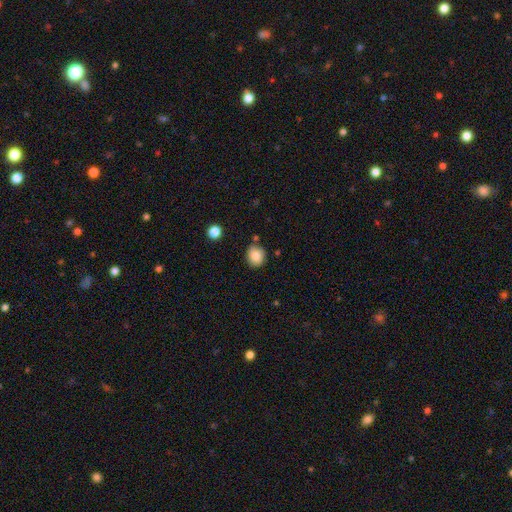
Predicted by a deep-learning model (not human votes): Morphology: type=smooth (85%); roundness=round (73%); merging=none (75%).